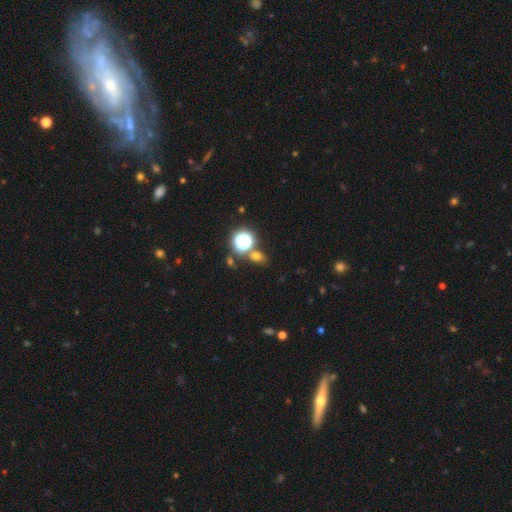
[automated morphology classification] Smooth or featured? Predicted: smooth (p=0.60). How rounded? Predicted: round (p=0.51). Merging? Predicted: none (p=0.69).